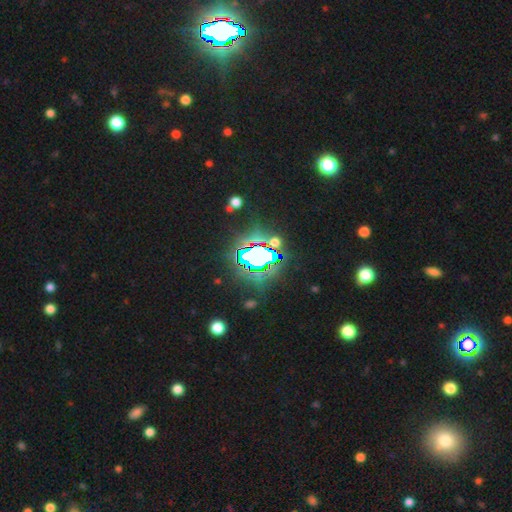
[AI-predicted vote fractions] Morphology: type=star or artifact (70%).